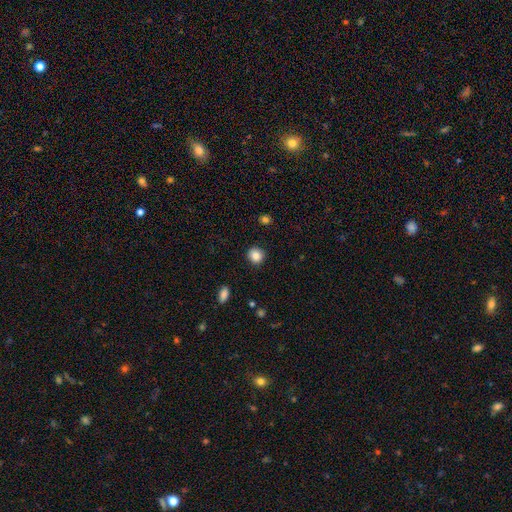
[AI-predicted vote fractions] The model was most divided on "how rounded": round: 88%, in between: 11%, cigar-shaped: 1%. More confident: merging — none (90%); smooth or featured — smooth (87%).